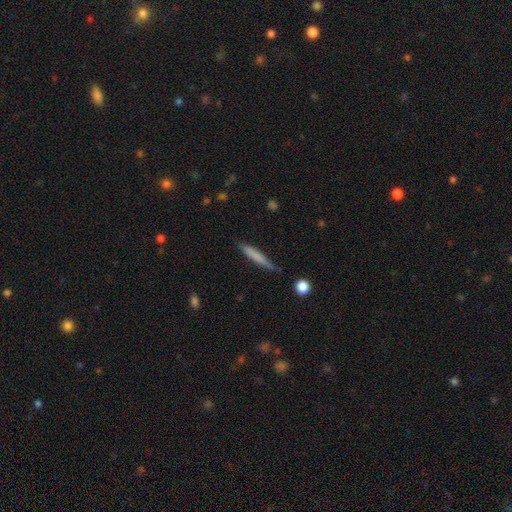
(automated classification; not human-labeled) A smooth galaxy with no disk features (71%) that is cigar-shaped (94%). Merging: none (79%).